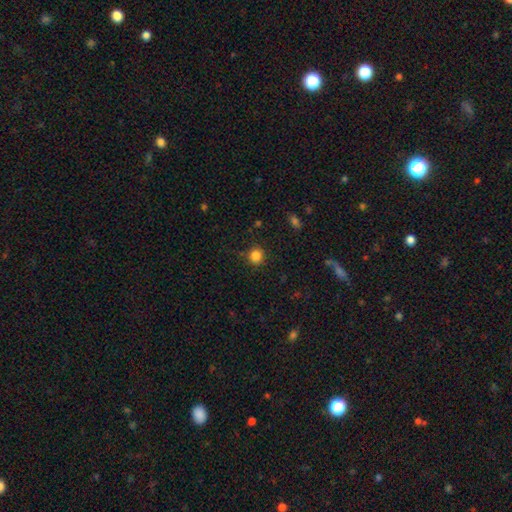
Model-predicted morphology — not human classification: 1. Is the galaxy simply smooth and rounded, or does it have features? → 85% smooth, 11% star or artifact, 4% featured or disk.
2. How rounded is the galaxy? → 89% round, 10% in between, 1% cigar-shaped.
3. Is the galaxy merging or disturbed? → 88% none, 8% minor disturbance, 3% major disturbance, 2% merger.